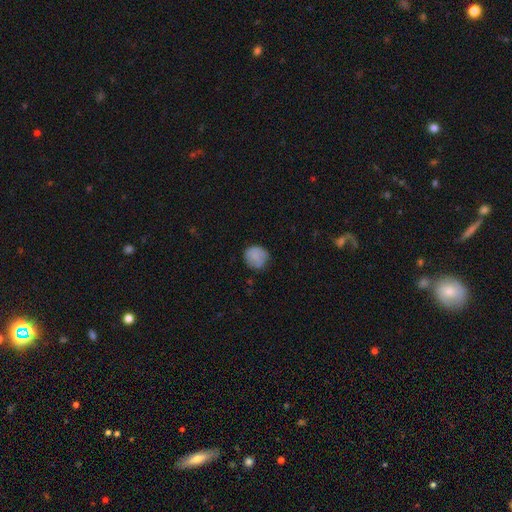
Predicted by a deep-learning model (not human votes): smooth-or-featured: smooth: 80% | featured or disk: 12% | star or artifact: 8%
  how-rounded: round: 85% | in between: 14% | cigar-shaped: 1%
  merging: none: 72% | minor disturbance: 21% | major disturbance: 6% | merger: 2%